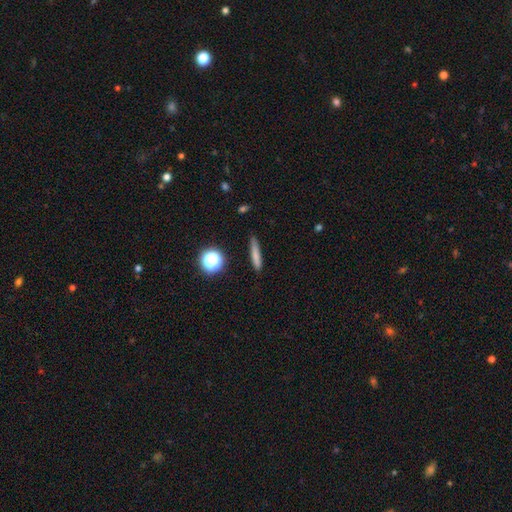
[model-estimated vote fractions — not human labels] The model was most divided on "smooth or featured": smooth: 74%, featured or disk: 15%, star or artifact: 11%. More confident: how rounded — cigar-shaped (88%); merging — none (84%).